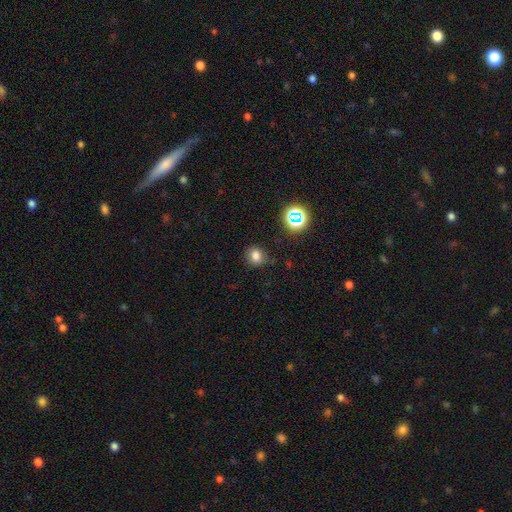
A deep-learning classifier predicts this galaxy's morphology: Smooth or featured?
  - smooth: 76% *
  - star or artifact: 16%
  - featured or disk: 7%
How rounded?
  - round: 67% *
  - in between: 32%
  - cigar-shaped: 1%
Merging?
  - none: 76% *
  - minor disturbance: 17%
  - major disturbance: 5%
  - merger: 2%